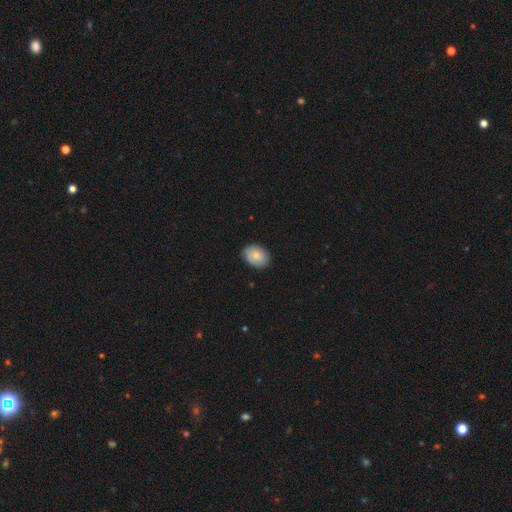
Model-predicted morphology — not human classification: This is likely a smooth galaxy (73%). How rounded: likely in between (62%). Merging: clearly none (81%).